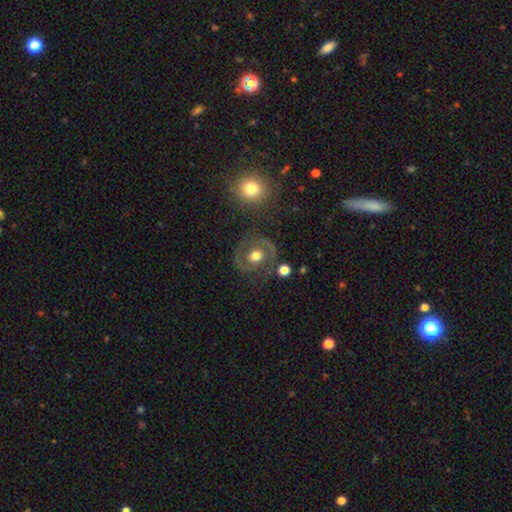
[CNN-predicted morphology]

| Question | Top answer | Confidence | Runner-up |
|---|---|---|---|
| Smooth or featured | featured or disk | 66% | smooth (26%) |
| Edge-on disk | no | 97% | yes (3%) |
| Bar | no | 75% | weak (19%) |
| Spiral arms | yes | 68% | no (32%) |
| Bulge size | moderate | 65% | large (25%) |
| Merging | none | 71% | minor disturbance (14%) |